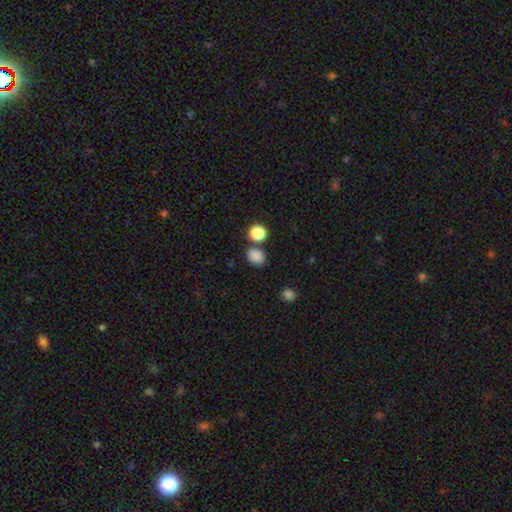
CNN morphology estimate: A smooth galaxy with no disk features (85%) that is in between round and cigar-shaped (52%). Merging: none (75%).